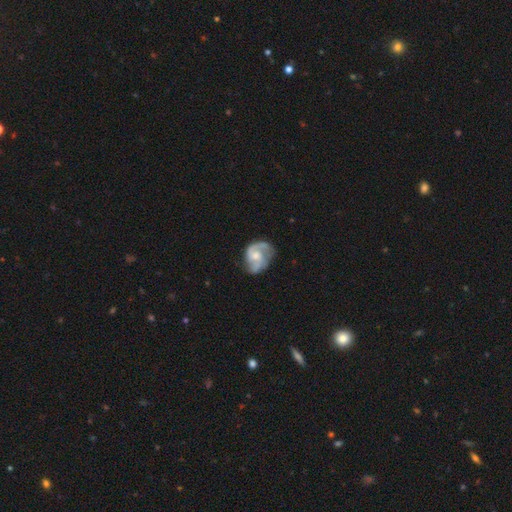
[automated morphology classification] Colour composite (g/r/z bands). It shows a featured or disk galaxy (79%) with no bar (60%), 2 (69%) medium (50%) spiral arms (93%) and a moderate central bulge (54%). Merging: none (58%).